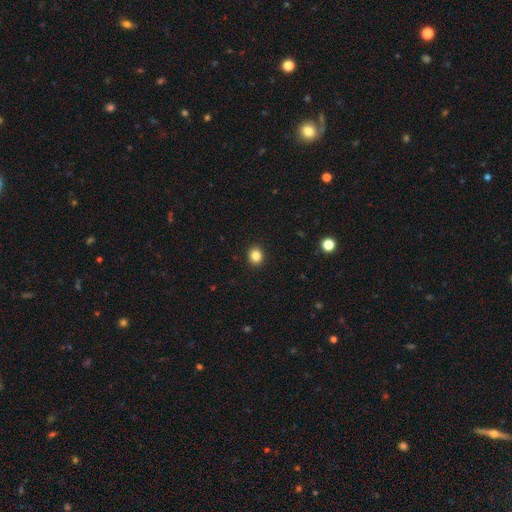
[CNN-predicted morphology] Overall: smooth (84%). How rounded: round (82%). Merging: none (93%).